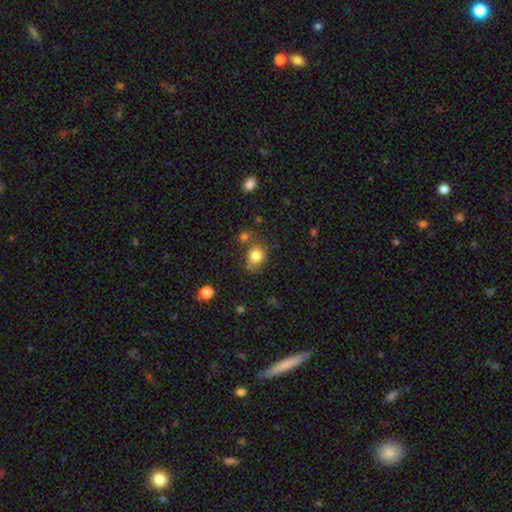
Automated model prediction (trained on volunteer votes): This appears to be a smooth galaxy with no disk features (82%) that is round (59%). Merging: none (63%).